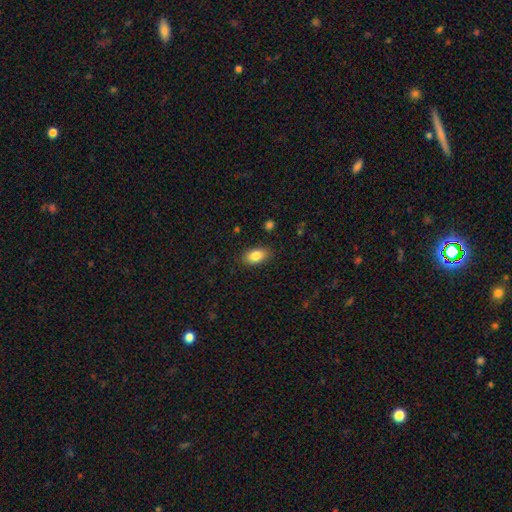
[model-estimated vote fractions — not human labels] This is clearly a smooth galaxy (85%). How rounded: clearly in between (91%). Merging: clearly none (86%).